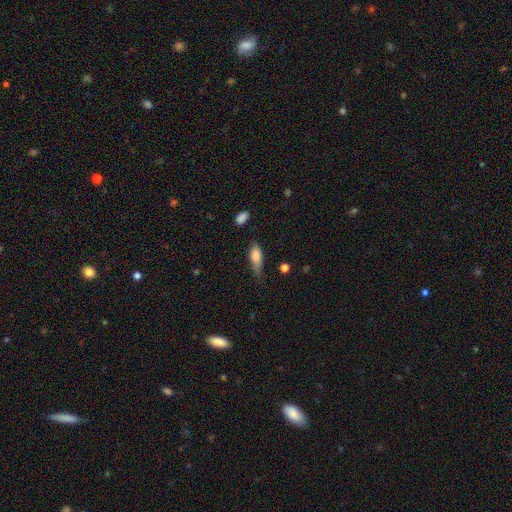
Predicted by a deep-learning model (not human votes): A smooth galaxy with no disk features (76%) that is in between round and cigar-shaped (66%).

Vote fractions:
- Smooth or featured? smooth: 76% / featured or disk: 17% / star or artifact: 7%
- How rounded? in between: 66% / cigar-shaped: 31% / round: 3%
- Merging? none: 50% / minor disturbance: 38% / major disturbance: 10% / merger: 3%